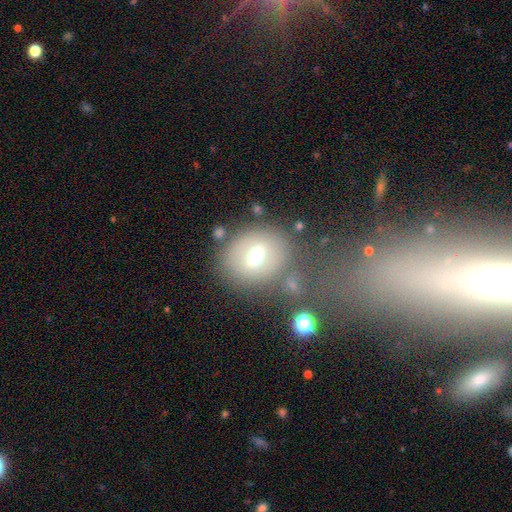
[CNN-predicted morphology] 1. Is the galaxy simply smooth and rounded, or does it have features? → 55% smooth, 32% featured or disk, 13% star or artifact.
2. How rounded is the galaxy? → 57% round, 41% in between, 1% cigar-shaped.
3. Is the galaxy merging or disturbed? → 70% none, 14% minor disturbance, 9% merger, 7% major disturbance.